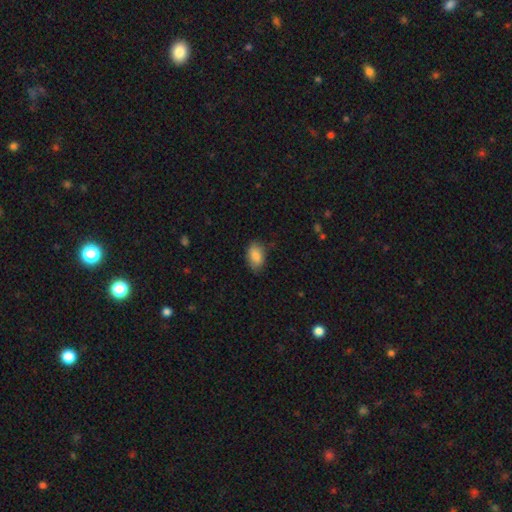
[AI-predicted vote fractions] Overall: smooth (85%). How rounded: in between (89%). Merging: none (77%).